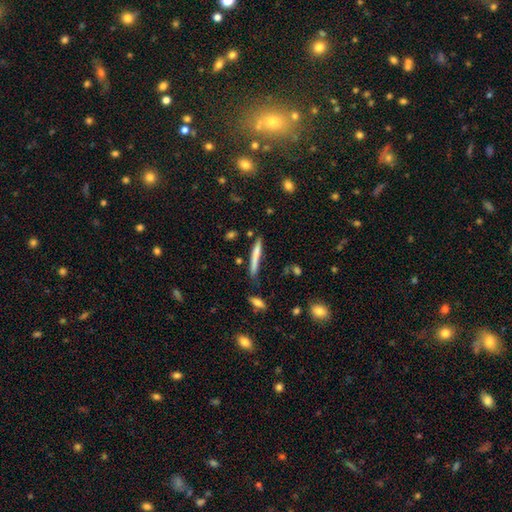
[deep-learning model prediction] This is likely a smooth galaxy (66%). How rounded: clearly cigar-shaped (94%). Merging: likely none (77%).